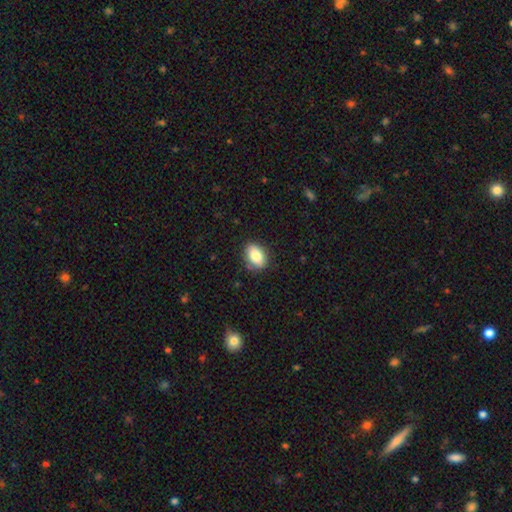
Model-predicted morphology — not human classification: Smooth or featured? smooth (86%)
How rounded? in between (86%)
Merging? none (85%)